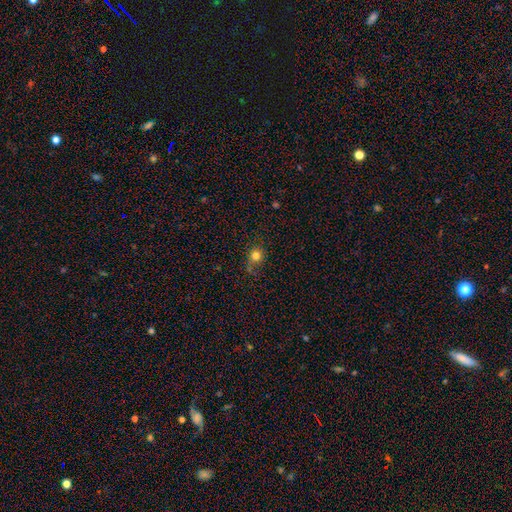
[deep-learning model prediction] smooth_or_featured: smooth (p=0.78) [alt: star or artifact p=0.15]
how_rounded: round (p=0.84) [alt: in between p=0.15]
merging: none (p=0.73) [alt: minor disturbance p=0.18]